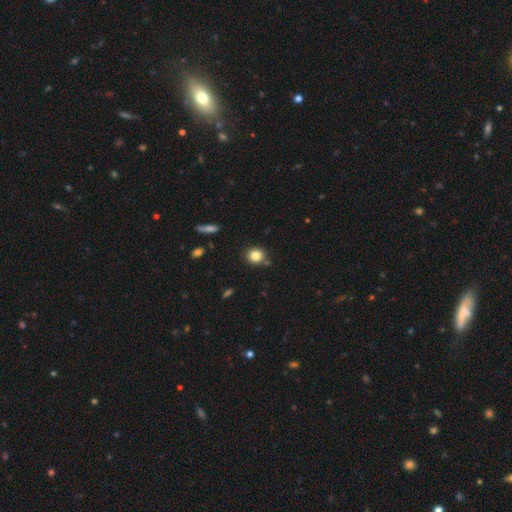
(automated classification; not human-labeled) Morphology: type=smooth (82%); roundness=round (85%); merging=none (84%).